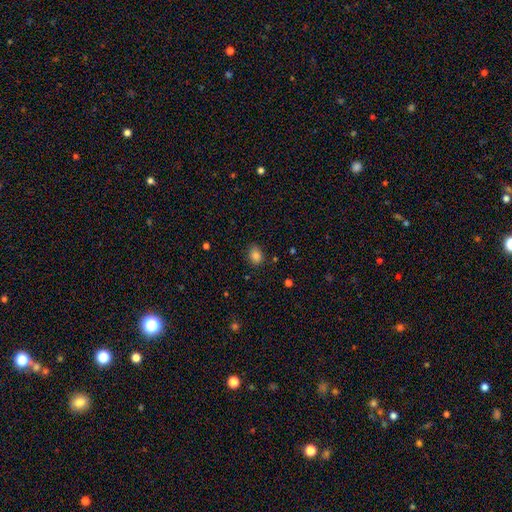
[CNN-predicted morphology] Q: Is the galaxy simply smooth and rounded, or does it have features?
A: smooth — 84%.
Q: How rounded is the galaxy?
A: in between — 57%.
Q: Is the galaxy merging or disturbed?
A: none — 81%.